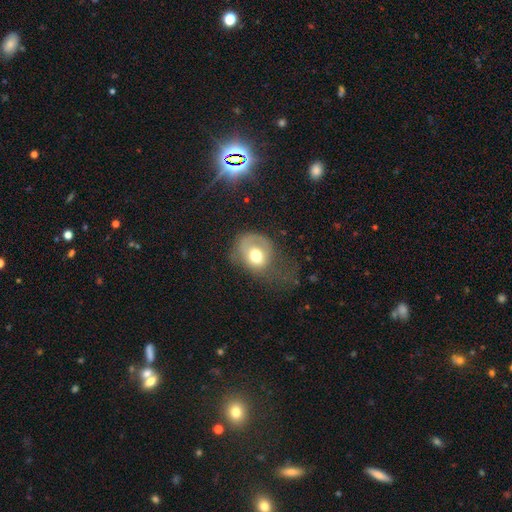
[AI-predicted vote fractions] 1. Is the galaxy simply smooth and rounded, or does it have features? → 60% smooth, 32% featured or disk, 9% star or artifact.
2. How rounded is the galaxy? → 53% round, 46% in between, 1% cigar-shaped.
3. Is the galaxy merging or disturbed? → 42% major disturbance, 29% none, 26% minor disturbance, 2% merger.